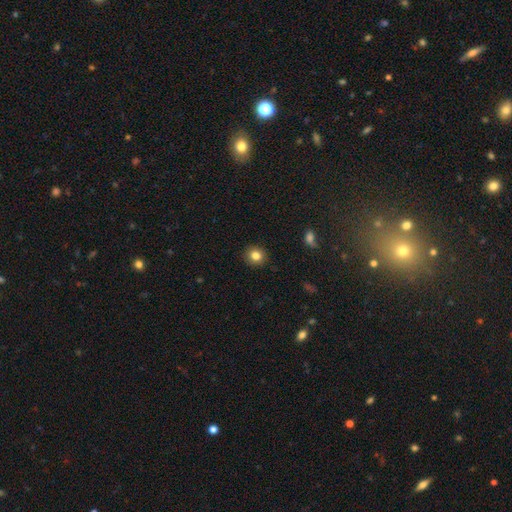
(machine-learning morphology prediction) The model was most divided on "smooth or featured": smooth: 83%, star or artifact: 11%, featured or disk: 7%. More confident: merging — none (91%); how rounded — round (87%).